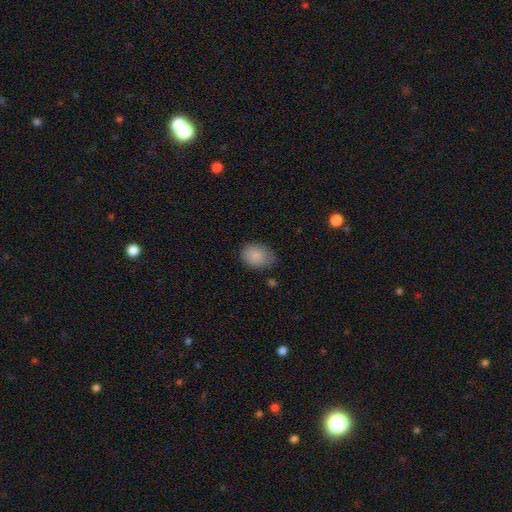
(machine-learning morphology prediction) smooth 86%, star or artifact 8%, featured or disk 7%. Down the decision tree: how rounded — in between (62%); merging — none (73%).